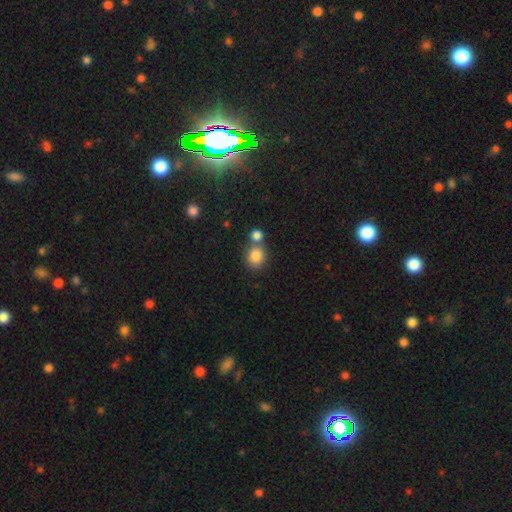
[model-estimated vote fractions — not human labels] smooth 84%, star or artifact 10%, featured or disk 6%. Down the decision tree: how rounded — round (77%); merging — none (54%).